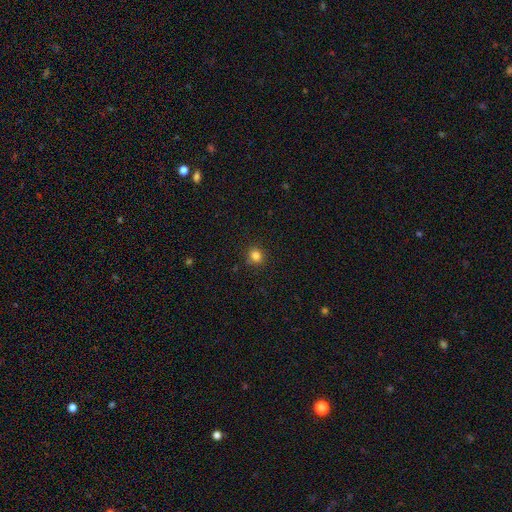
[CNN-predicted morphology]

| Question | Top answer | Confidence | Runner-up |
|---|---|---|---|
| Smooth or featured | smooth | 83% | star or artifact (13%) |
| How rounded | round | 86% | in between (13%) |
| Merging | none | 89% | minor disturbance (8%) |